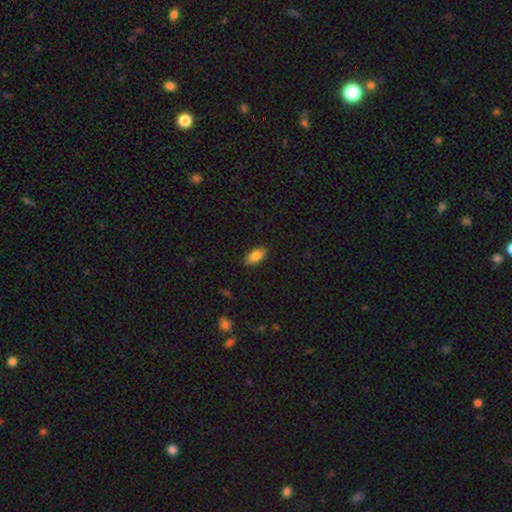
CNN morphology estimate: This appears to be a smooth galaxy with no disk features (84%) that is in between round and cigar-shaped (92%). Merging: none (87%).